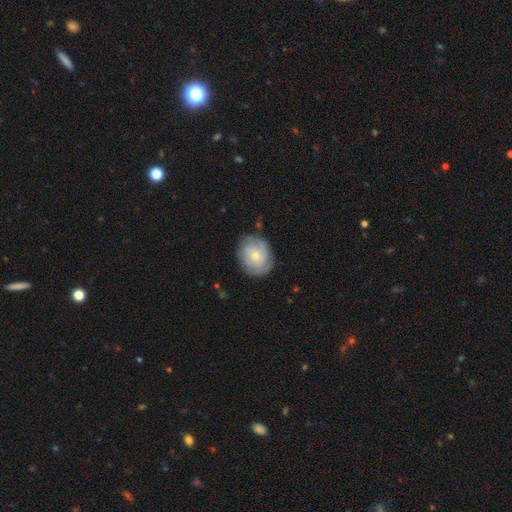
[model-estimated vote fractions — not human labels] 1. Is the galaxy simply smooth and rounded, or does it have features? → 51% smooth, 42% featured or disk, 7% star or artifact.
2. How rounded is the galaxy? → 66% round, 33% in between, 1% cigar-shaped.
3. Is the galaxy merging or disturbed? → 79% none, 16% minor disturbance, 4% major disturbance, 1% merger.